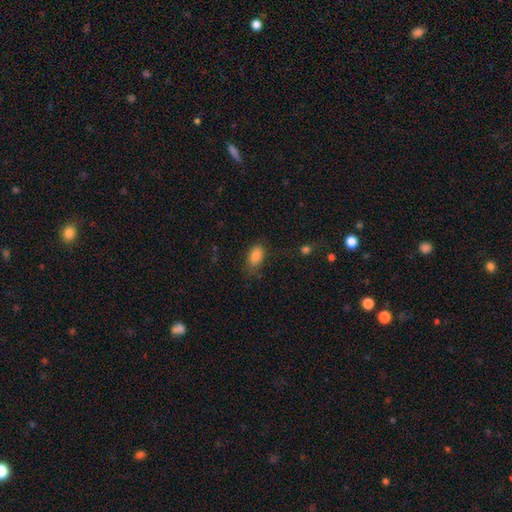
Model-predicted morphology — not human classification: type=smooth (85%); roundness=in between (91%); merging=none (69%).